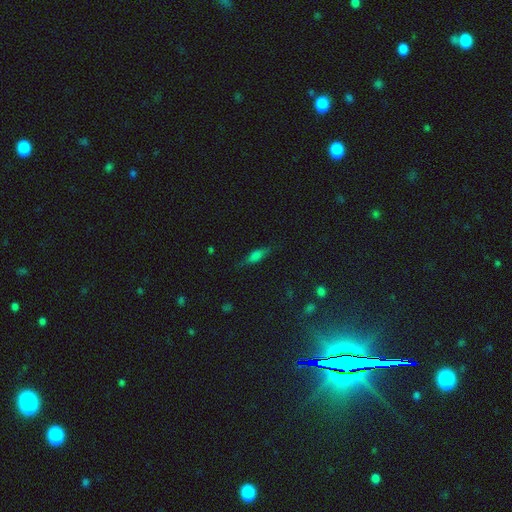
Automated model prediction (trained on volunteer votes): This appears to be a smooth galaxy with no disk features (59%) that is in between round and cigar-shaped (52%). Merging: none (73%).